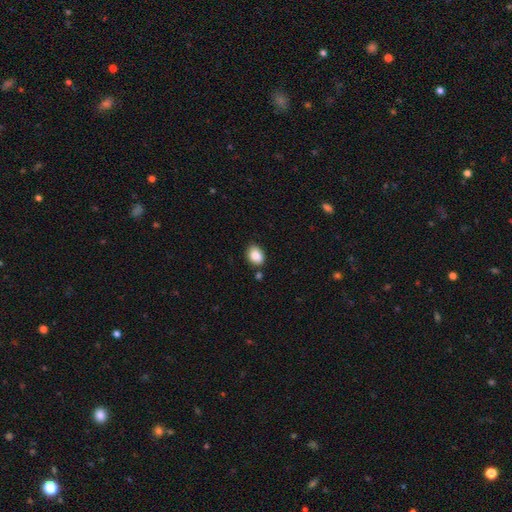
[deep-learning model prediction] Smooth or featured? Predicted: smooth (p=0.87). How rounded? Predicted: in between (p=0.77). Merging? Predicted: none (p=0.79).